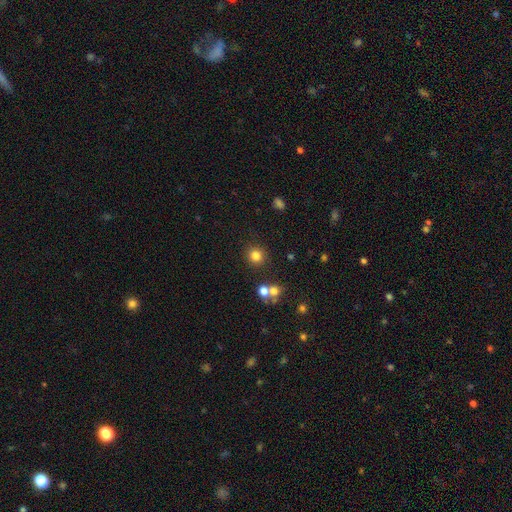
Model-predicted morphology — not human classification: Q: Smooth or featured?
A: smooth (81%); runner-up: star or artifact (13%)
Q: How rounded?
A: round (91%); runner-up: in between (8%)
Q: Merging?
A: none (83%); runner-up: minor disturbance (7%)